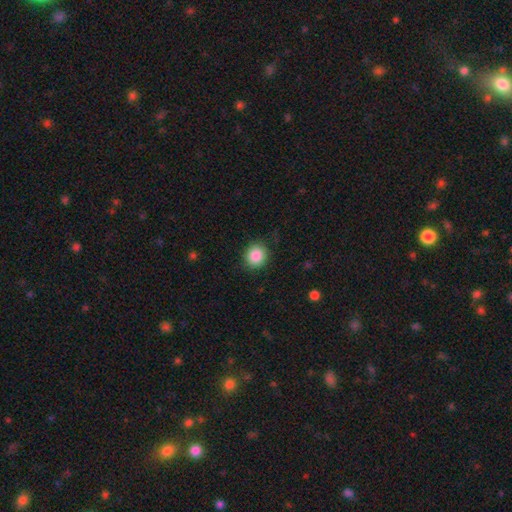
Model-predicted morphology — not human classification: This is clearly a smooth galaxy (87%). How rounded: clearly round (84%). Merging: clearly none (88%).